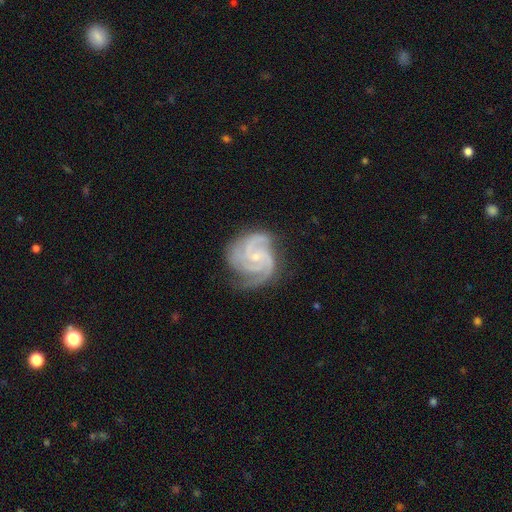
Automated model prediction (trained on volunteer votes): This appears to be a featured or disk galaxy (93%) with no bar (64%), 3 (68%) tight (54%) spiral arms (99%) and a small central bulge (76%). Merging: none (72%).